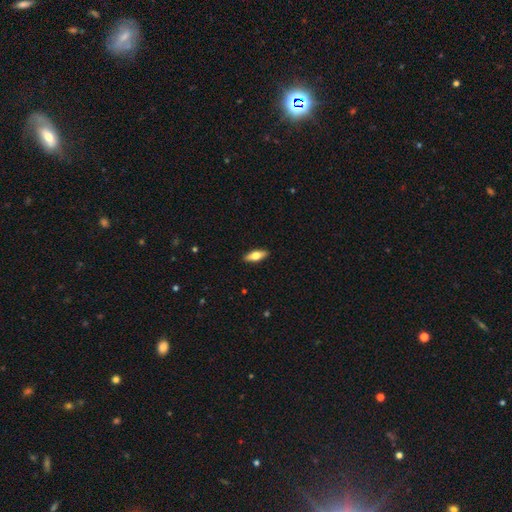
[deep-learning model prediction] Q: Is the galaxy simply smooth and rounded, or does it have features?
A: smooth — 63%.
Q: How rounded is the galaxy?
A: in between — 67%.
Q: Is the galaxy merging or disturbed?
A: none — 91%.